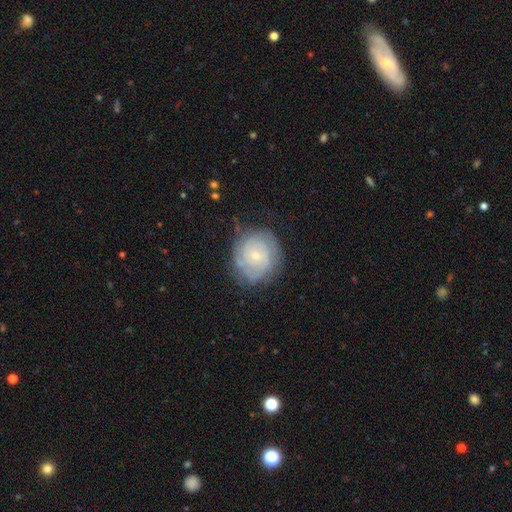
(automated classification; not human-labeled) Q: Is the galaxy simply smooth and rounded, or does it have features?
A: featured or disk — 73%.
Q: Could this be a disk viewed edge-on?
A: no — 98%.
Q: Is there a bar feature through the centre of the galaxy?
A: no — 75%.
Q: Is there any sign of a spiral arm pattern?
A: yes — 89%.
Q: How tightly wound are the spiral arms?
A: tight — 75%.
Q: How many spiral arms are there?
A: can't tell — 41%.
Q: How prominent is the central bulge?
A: small — 75%.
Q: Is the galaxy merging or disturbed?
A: none — 72%.